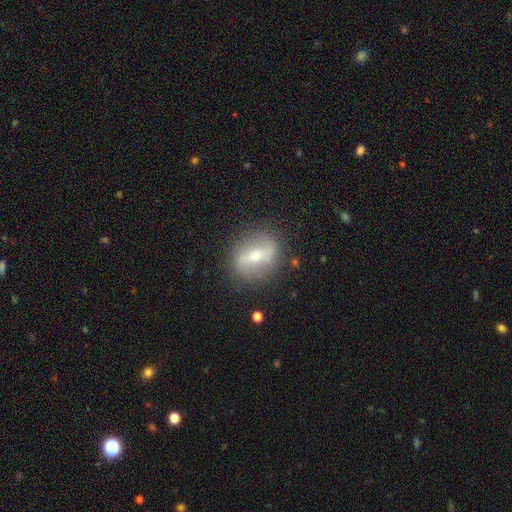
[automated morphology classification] The model was most divided on "bulge size": moderate: 57%, small: 36%, large: 4%, none: 2%, dominant: 1%. More confident: merging — none (83%); edge-on disk — no (80%); smooth or featured — featured or disk (63%); bar — strong (63%); spiral arms — no (61%).